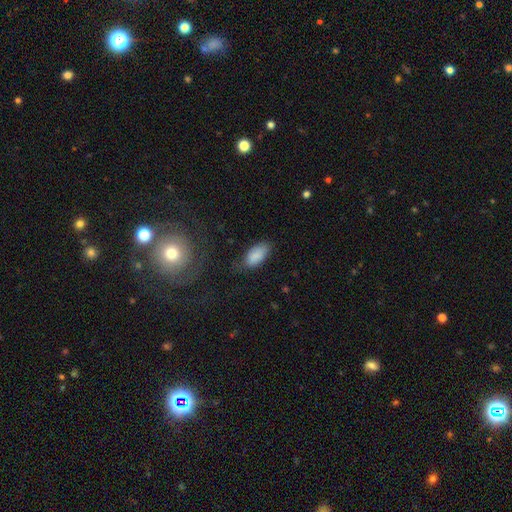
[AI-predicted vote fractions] Overall: smooth (86%). How rounded: in between (92%). Merging: none (68%).